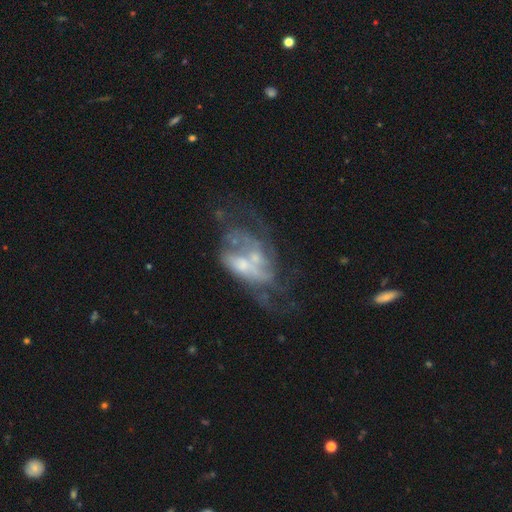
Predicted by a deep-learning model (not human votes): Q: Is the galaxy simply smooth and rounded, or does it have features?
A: featured or disk — 70%.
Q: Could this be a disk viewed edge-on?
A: no — 96%.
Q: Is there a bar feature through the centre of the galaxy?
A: no — 74%.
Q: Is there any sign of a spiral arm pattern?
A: no — 56%.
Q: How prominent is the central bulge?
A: small — 37%.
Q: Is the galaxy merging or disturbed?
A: major disturbance — 34%.